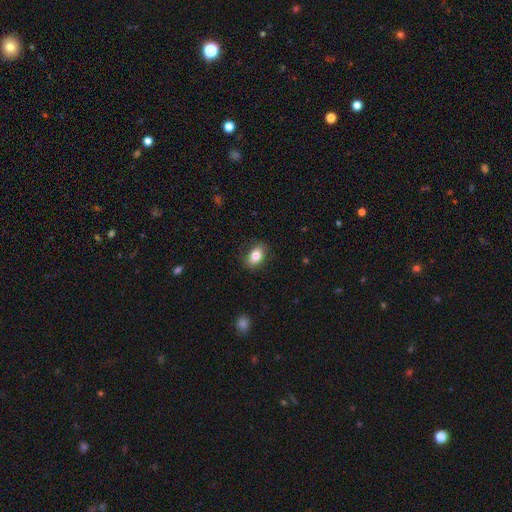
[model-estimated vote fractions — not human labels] smooth 81%, featured or disk 11%, star or artifact 8%. Down the decision tree: how rounded — in between (85%); merging — none (84%).